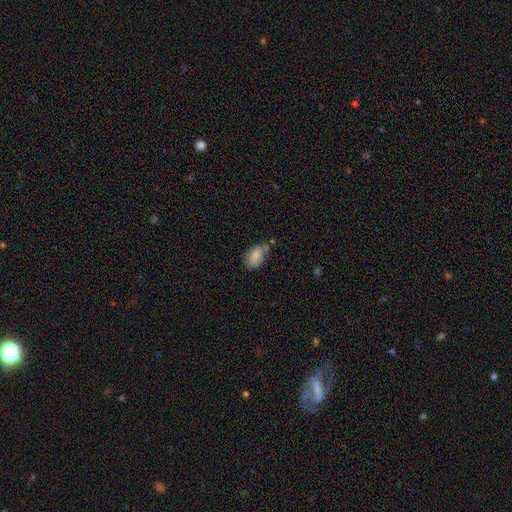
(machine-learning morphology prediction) type=smooth (83%); roundness=in between (91%); merging=none (55%).